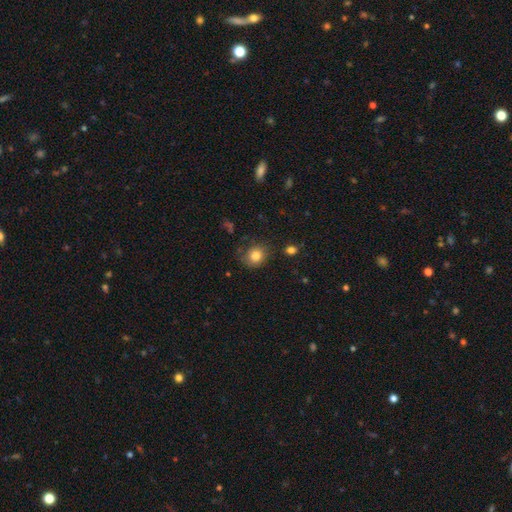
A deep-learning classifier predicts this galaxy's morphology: smooth_or_featured: smooth (p=0.82) [alt: star or artifact p=0.11]
how_rounded: round (p=0.79) [alt: in between p=0.20]
merging: none (p=0.77) [alt: minor disturbance p=0.16]